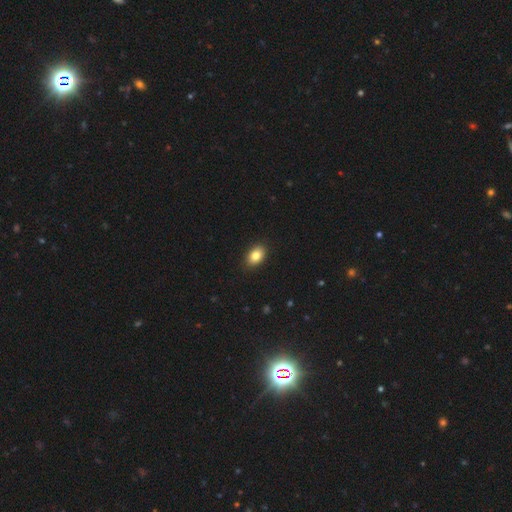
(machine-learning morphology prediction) Smooth or featured: smooth — 84% (star or artifact — 9%)
How rounded: in between — 83% (round — 15%)
Merging: none — 89% (minor disturbance — 8%)